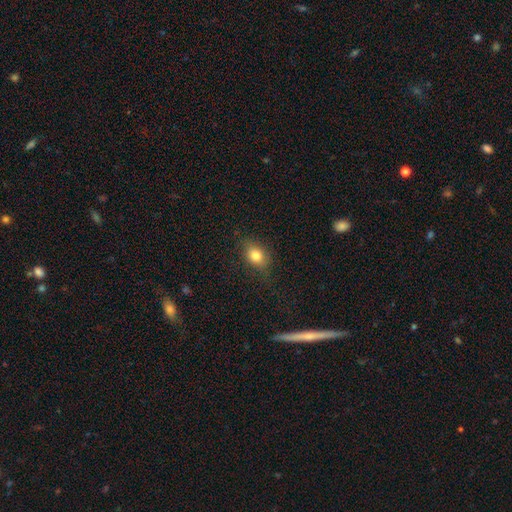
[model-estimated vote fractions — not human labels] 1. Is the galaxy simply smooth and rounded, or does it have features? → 81% smooth, 11% star or artifact, 9% featured or disk.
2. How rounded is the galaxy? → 65% in between, 33% round, 2% cigar-shaped.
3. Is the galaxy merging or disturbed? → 80% none, 14% minor disturbance, 4% major disturbance, 1% merger.